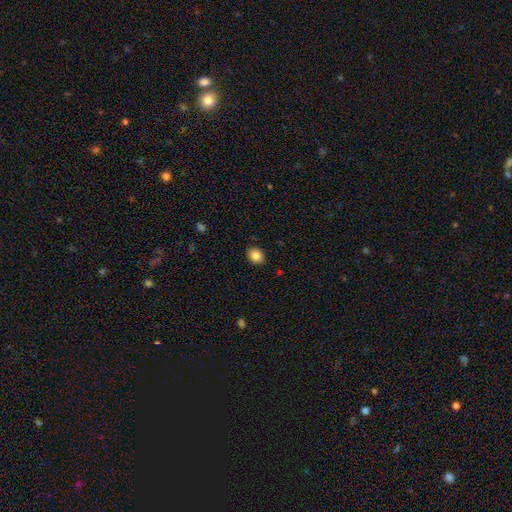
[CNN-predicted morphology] A smooth galaxy with no disk features (85%) that is in between round and cigar-shaped (52%).

Vote fractions:
- Smooth or featured? smooth: 85% / star or artifact: 9% / featured or disk: 6%
- How rounded? in between: 52% / round: 48% / cigar-shaped: 1%
- Merging? none: 88% / minor disturbance: 9% / major disturbance: 2% / merger: 1%